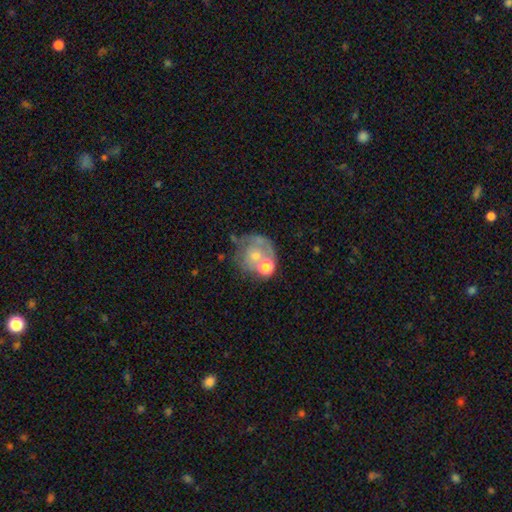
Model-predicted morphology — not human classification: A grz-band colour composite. It shows a featured or disk galaxy (47%). Merging: none (42%).